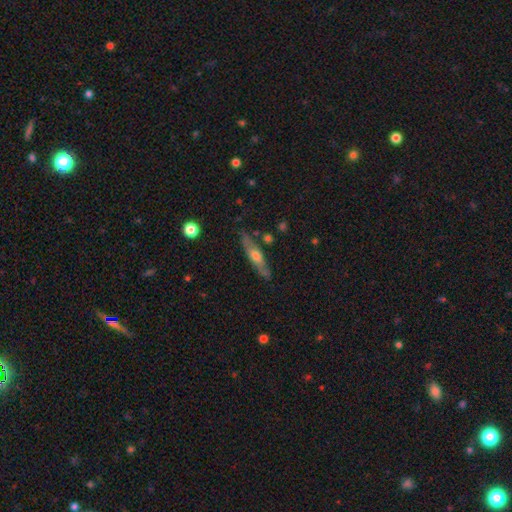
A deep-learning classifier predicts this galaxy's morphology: Q: Smooth or featured?
A: featured or disk (63%); runner-up: smooth (29%)
Q: Edge-on disk?
A: yes (83%); runner-up: no (17%)
Q: Edge-on bulge?
A: rounded (88%); runner-up: none (9%)
Q: Merging?
A: none (80%); runner-up: minor disturbance (14%)